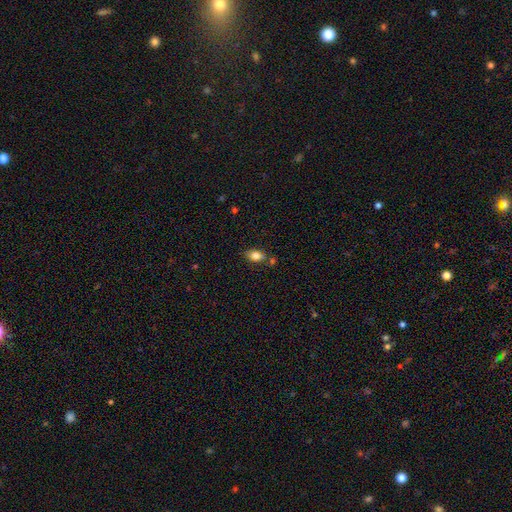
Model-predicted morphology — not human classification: type=smooth (80%); roundness=in between (85%); merging=none (72%).